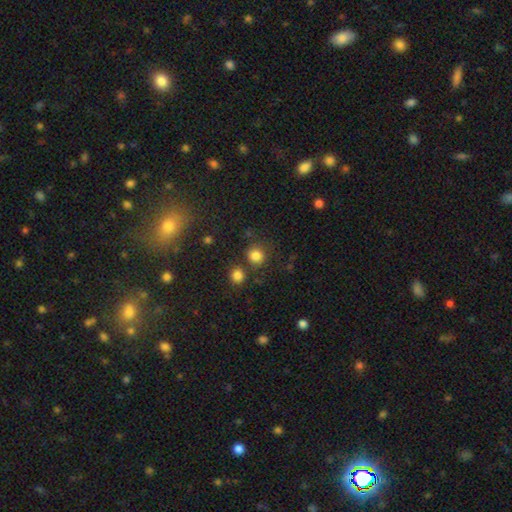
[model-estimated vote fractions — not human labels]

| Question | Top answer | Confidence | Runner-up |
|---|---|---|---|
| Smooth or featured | smooth | 82% | star or artifact (13%) |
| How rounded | round | 89% | in between (10%) |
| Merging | none | 75% | merger (12%) |